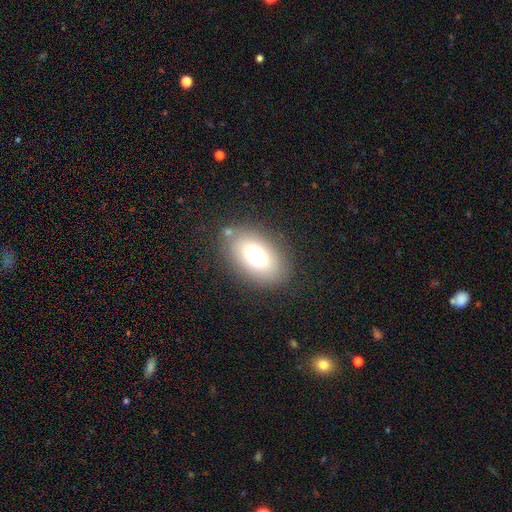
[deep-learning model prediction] Q: Smooth or featured?
A: smooth (73%); runner-up: featured or disk (15%)
Q: How rounded?
A: in between (86%); runner-up: round (13%)
Q: Merging?
A: none (81%); runner-up: minor disturbance (11%)